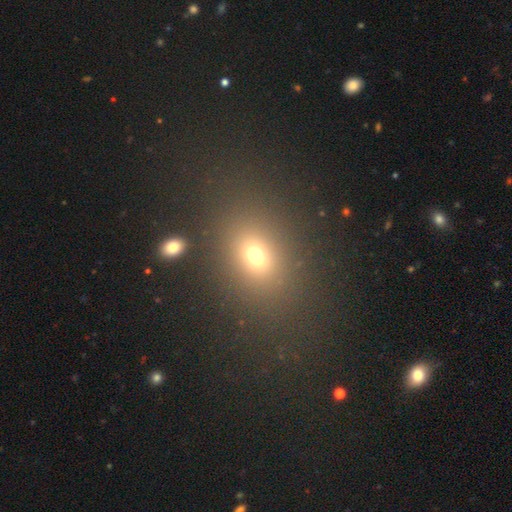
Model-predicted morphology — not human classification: Smooth or featured?
  - smooth: 69% *
  - star or artifact: 20%
  - featured or disk: 11%
How rounded?
  - in between: 65% *
  - round: 32%
  - cigar-shaped: 2%
Merging?
  - none: 82% *
  - minor disturbance: 9%
  - major disturbance: 6%
  - merger: 3%